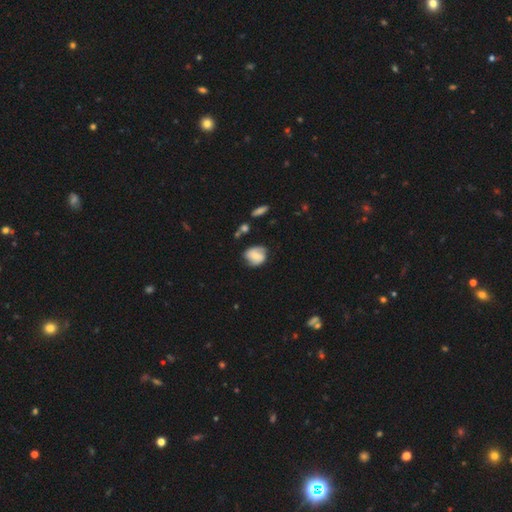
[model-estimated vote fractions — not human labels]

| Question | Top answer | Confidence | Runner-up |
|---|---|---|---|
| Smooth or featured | smooth | 54% | featured or disk (38%) |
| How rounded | round | 63% | in between (36%) |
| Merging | none | 64% | minor disturbance (26%) |